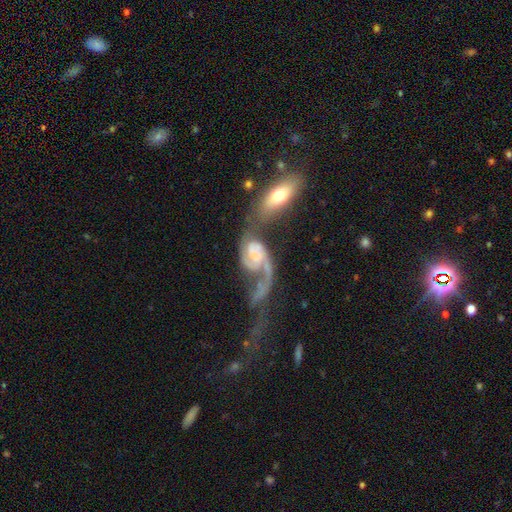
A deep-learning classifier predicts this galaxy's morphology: A featured or disk galaxy (83%) with no bar (56%), 2 (70%) loose (54%) spiral arms (93%) and no central bulge (43%). Merging: merger (48%).